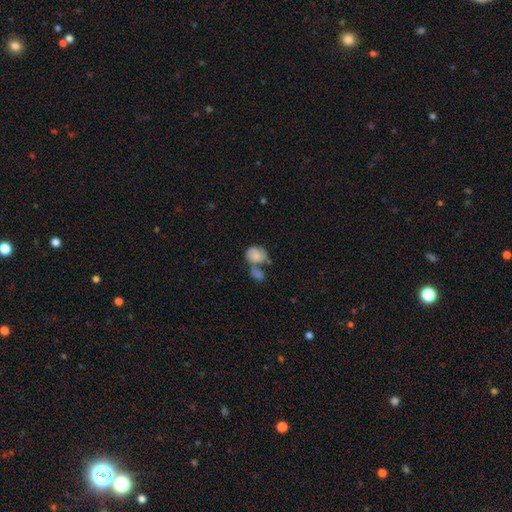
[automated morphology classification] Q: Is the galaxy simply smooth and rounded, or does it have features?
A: smooth — 70%.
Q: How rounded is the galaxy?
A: round — 60%.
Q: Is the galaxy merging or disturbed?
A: merger — 51%.